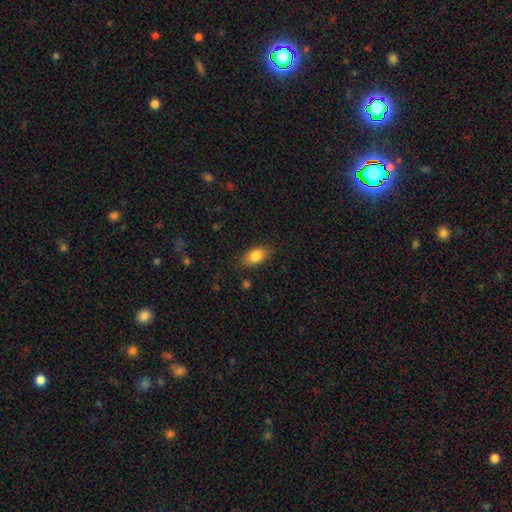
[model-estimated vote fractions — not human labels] Morphology: type=smooth (83%); roundness=in between (87%); merging=none (82%).